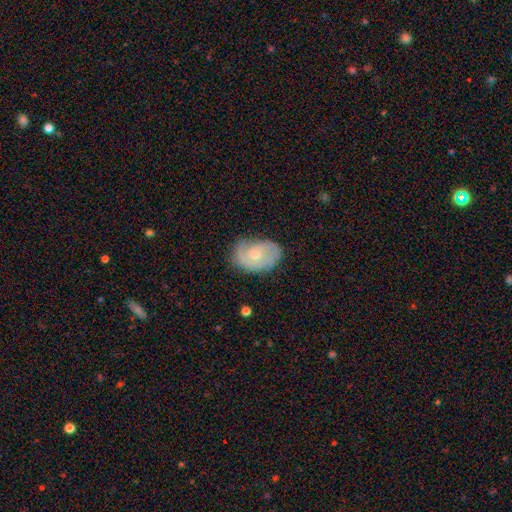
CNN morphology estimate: This is likely a featured or disk galaxy (61%). It is clearly not viewed edge-on (96%). Bar: likely no (76%). Spiral arm pattern: clearly yes (81%). Central bulge: possibly small (53%). Merging: likely none (65%).